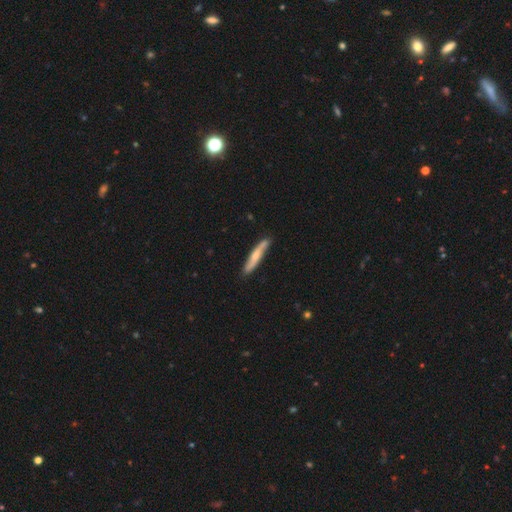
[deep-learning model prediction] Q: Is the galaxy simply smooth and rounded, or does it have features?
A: smooth — 51%.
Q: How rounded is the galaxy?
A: cigar-shaped — 91%.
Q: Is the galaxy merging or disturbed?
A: none — 81%.